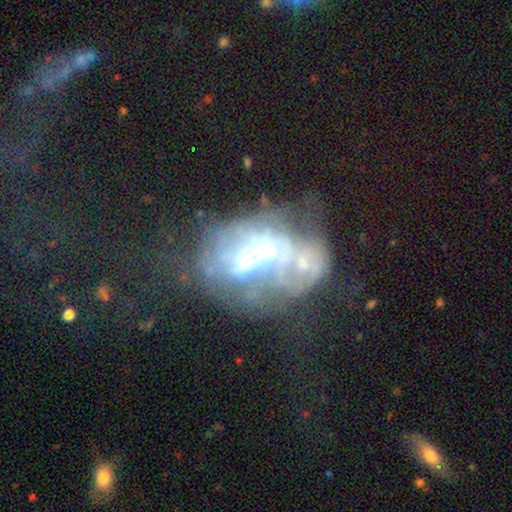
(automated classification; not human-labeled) Morphology: type=featured or disk (67%); edge-on=no (92%); bar=no (46%); spiral arms=no (68%); bulge=moderate (43%); merging=major disturbance (36%).